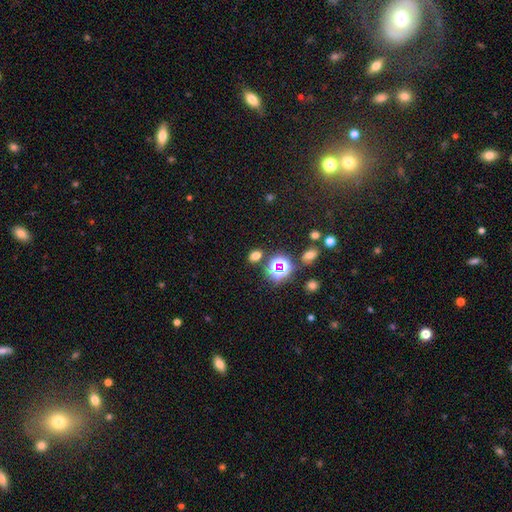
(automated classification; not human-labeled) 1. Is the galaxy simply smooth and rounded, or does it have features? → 62% smooth, 31% star or artifact, 6% featured or disk.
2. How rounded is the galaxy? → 63% in between, 35% round, 2% cigar-shaped.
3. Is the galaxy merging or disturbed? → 80% none, 10% minor disturbance, 6% merger, 4% major disturbance.